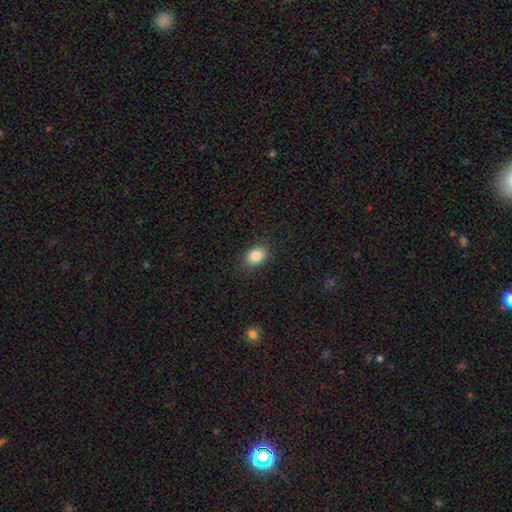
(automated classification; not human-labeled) smooth_or_featured: smooth (p=0.85) [alt: star or artifact p=0.09]
how_rounded: in between (p=0.65) [alt: round p=0.34]
merging: none (p=0.87) [alt: minor disturbance p=0.09]